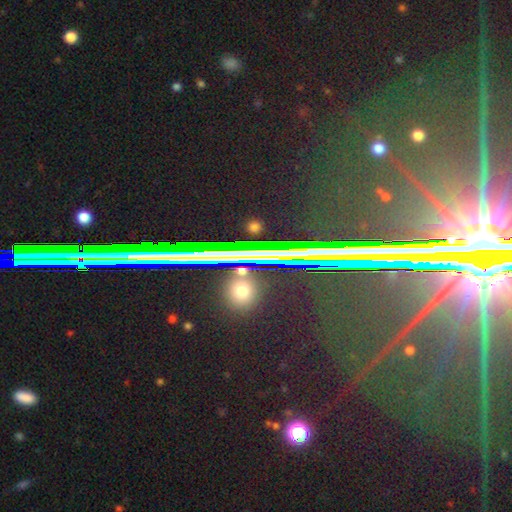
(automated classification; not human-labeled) A star or artifact, not a galaxy (75%).